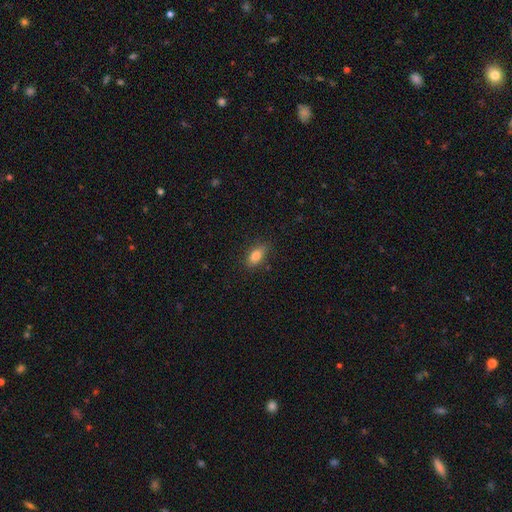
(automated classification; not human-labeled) Smooth or featured?
  - smooth: 82% *
  - featured or disk: 9%
  - star or artifact: 9%
How rounded?
  - in between: 85% *
  - cigar-shaped: 10%
  - round: 5%
Merging?
  - none: 77% *
  - minor disturbance: 18%
  - major disturbance: 4%
  - merger: 1%